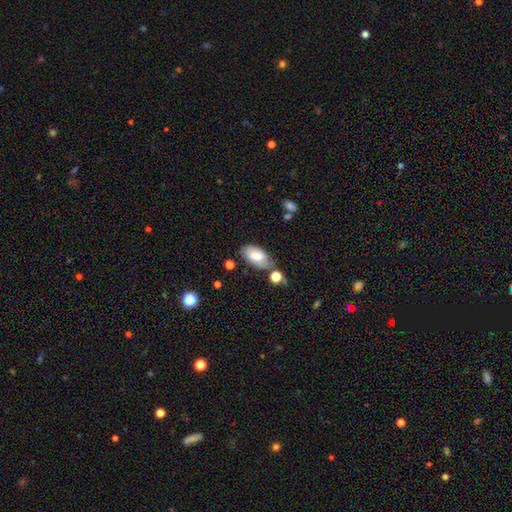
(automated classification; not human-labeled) The model was most divided on "merging": none: 66%, minor disturbance: 19%, merger: 10%, major disturbance: 5%. More confident: how rounded — in between (93%); smooth or featured — smooth (71%).